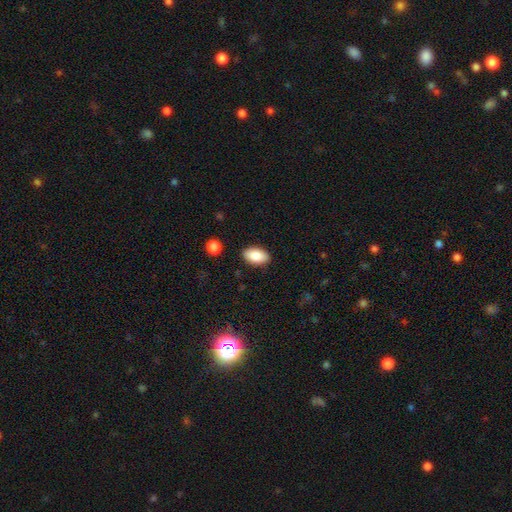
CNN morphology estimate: A smooth galaxy with no disk features (86%) that is in between round and cigar-shaped (94%). Merging: none (88%).